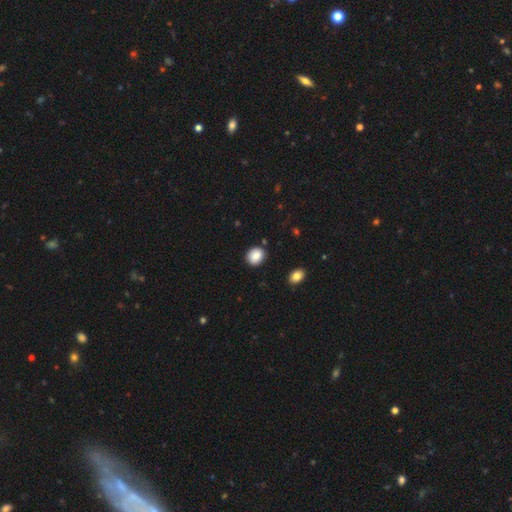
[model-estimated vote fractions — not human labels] Q: Smooth or featured?
A: smooth (87%); runner-up: star or artifact (8%)
Q: How rounded?
A: round (72%); runner-up: in between (27%)
Q: Merging?
A: none (87%); runner-up: minor disturbance (9%)